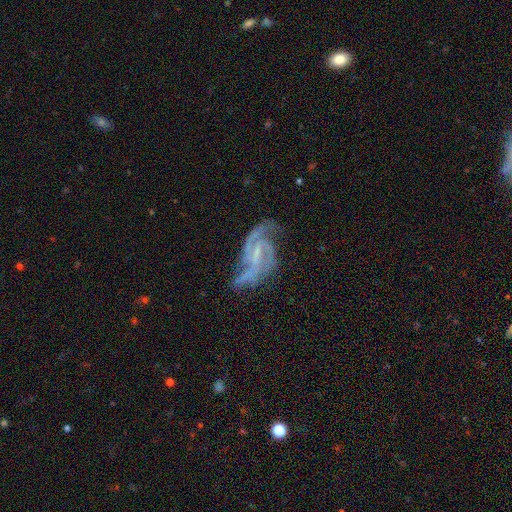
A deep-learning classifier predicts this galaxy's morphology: Smooth or featured: featured or disk — 87% (star or artifact — 7%)
Edge-on disk: no — 97% (yes — 3%)
Bar: weak — 44% (no — 32%)
Spiral arms: yes — 96% (no — 4%)
Spiral winding: medium — 49% (loose — 28%)
Spiral arm count: 2 — 39% (3 — 34%)
Bulge size: small — 62% (none — 23%)
Merging: none — 54% (minor disturbance — 22%)